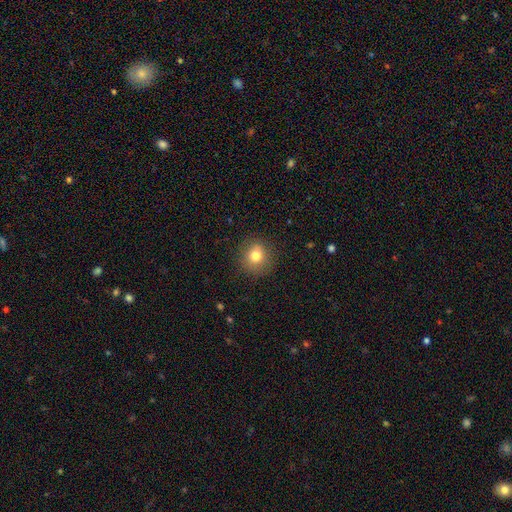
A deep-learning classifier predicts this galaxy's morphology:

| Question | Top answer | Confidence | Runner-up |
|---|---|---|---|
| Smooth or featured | smooth | 78% | star or artifact (12%) |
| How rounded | round | 87% | in between (12%) |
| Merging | none | 87% | minor disturbance (9%) |